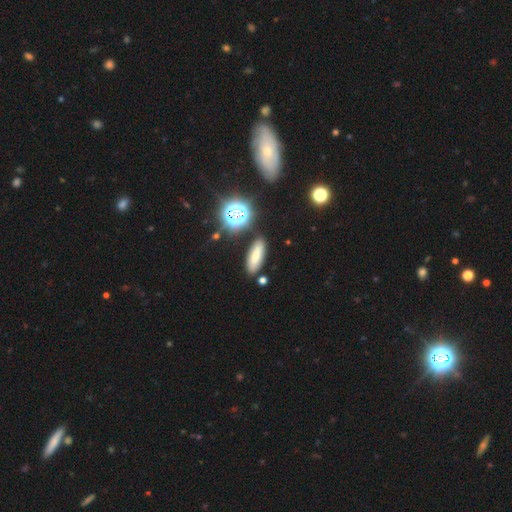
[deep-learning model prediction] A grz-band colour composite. It shows a smooth galaxy with no disk features (70%) that is in between round and cigar-shaped (60%). Merging: none (83%).